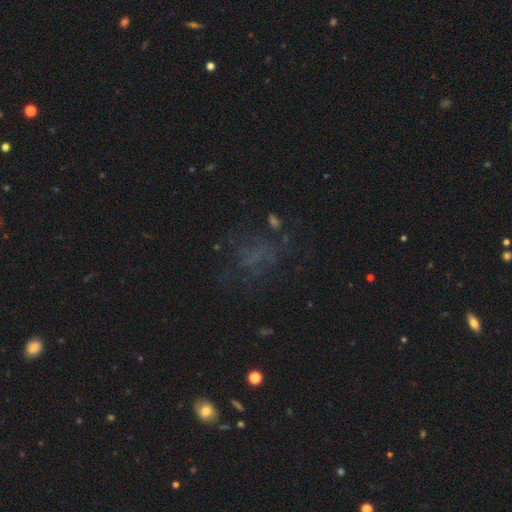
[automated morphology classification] A star or artifact, not a galaxy (35%).

Vote fractions:
- Smooth or featured? star or artifact: 35% / smooth: 34% / featured or disk: 31%